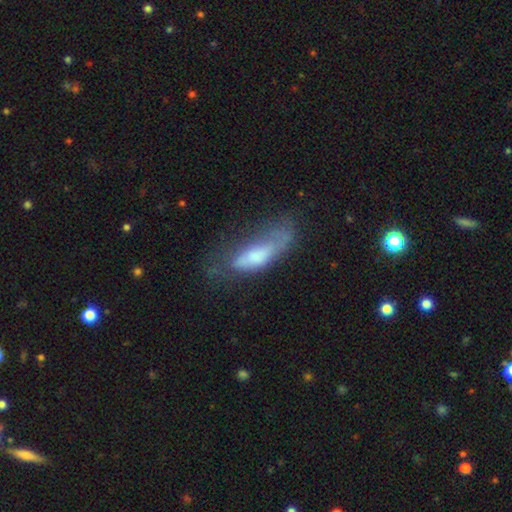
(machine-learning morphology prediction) type=smooth (57%); roundness=in between (55%); merging=major disturbance (35%).